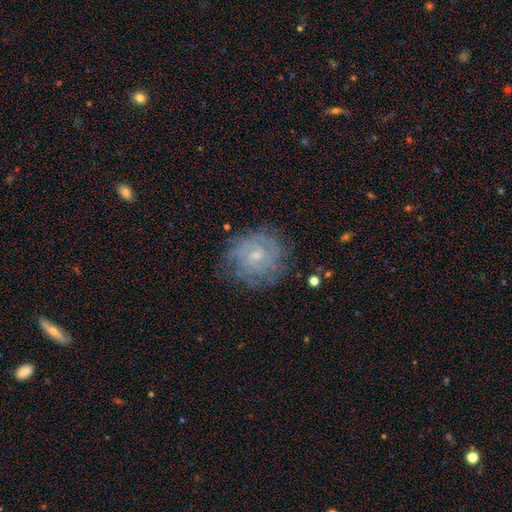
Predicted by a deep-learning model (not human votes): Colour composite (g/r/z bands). It shows a featured or disk galaxy (67%) with no bar (66%), tight (68%) spiral arms (78%) and a small central bulge (61%). Merging: none (70%).